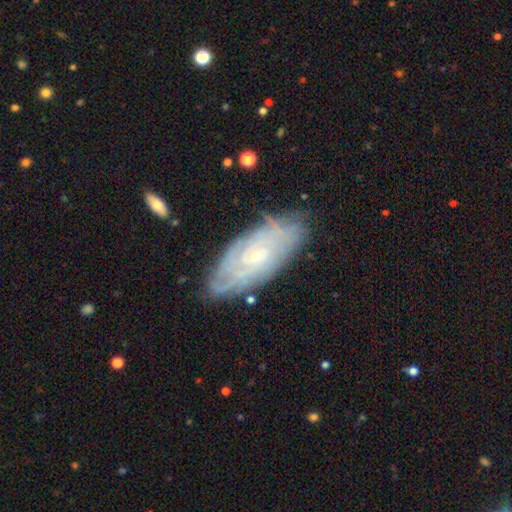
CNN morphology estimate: Smooth or featured?
  - featured or disk: 72% *
  - smooth: 21%
  - star or artifact: 7%
Edge-on disk?
  - no: 89% *
  - yes: 11%
Bar?
  - no: 75% *
  - weak: 21%
  - strong: 4%
Spiral arms?
  - yes: 85% *
  - no: 15%
Spiral winding?
  - tight: 75% *
  - medium: 20%
  - loose: 6%
Spiral arm count?
  - can't tell: 63% *
  - 4: 10%
  - 2: 9%
  - more than 4: 8%
  - 3: 7%
  - 1: 4%
Bulge size?
  - small: 83% *
  - moderate: 13%
  - none: 2%
  - large: 1%
  - dominant: 1%
Merging?
  - none: 79% *
  - minor disturbance: 16%
  - major disturbance: 4%
  - merger: 2%